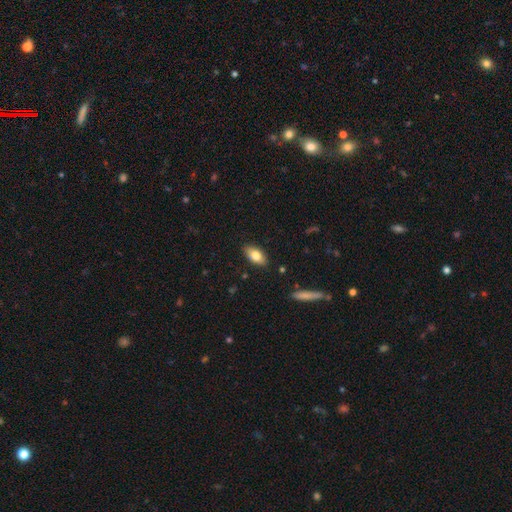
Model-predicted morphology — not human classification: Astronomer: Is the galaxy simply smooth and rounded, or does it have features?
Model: smooth — 79%.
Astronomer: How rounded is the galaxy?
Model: in between — 90%.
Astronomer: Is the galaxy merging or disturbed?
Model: none — 87%.